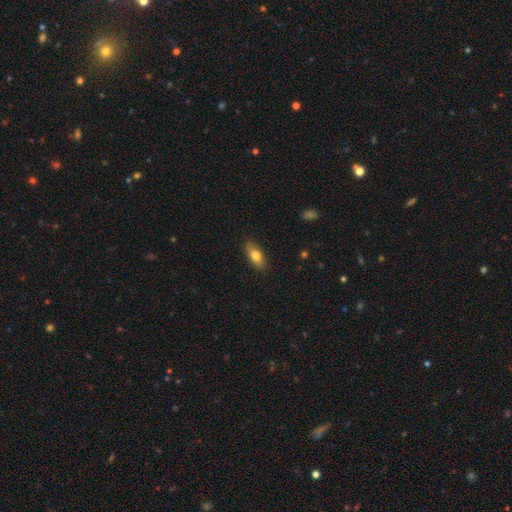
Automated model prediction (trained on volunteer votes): This is likely a smooth galaxy (78%). How rounded: clearly in between (84%). Merging: clearly none (86%).